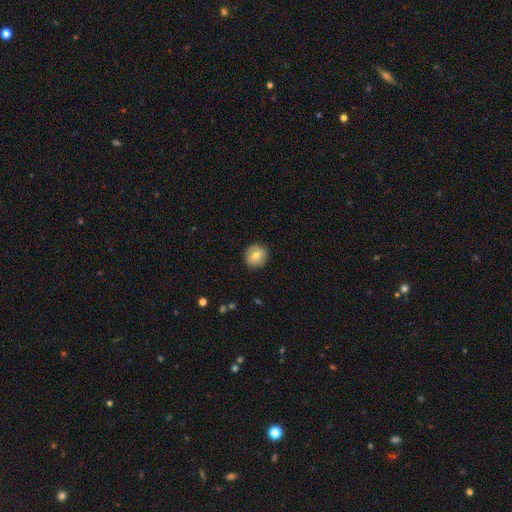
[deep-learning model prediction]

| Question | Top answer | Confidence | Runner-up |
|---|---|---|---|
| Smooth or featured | smooth | 75% | featured or disk (17%) |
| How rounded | round | 92% | in between (7%) |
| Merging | none | 90% | minor disturbance (7%) |